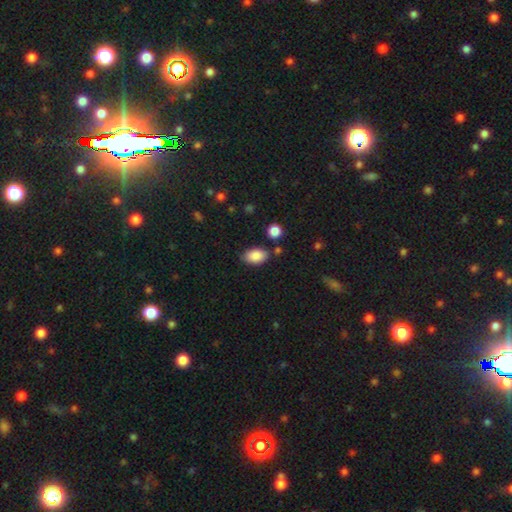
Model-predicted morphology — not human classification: The model was most divided on "merging": none: 79%, minor disturbance: 13%, merger: 5%, major disturbance: 3%. More confident: how rounded — in between (91%); smooth or featured — smooth (87%).